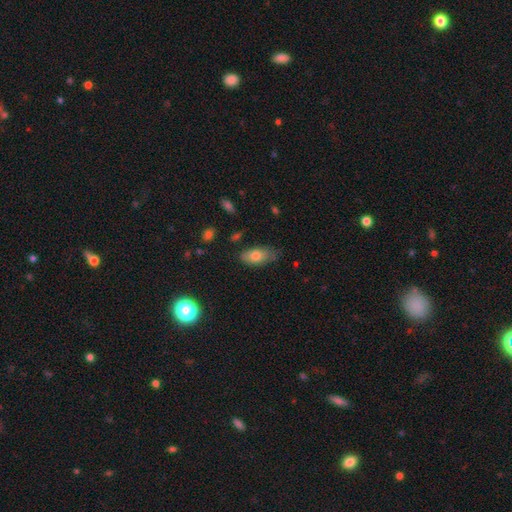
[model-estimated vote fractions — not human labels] Morphology: type=smooth (75%); roundness=in between (90%); merging=none (67%).